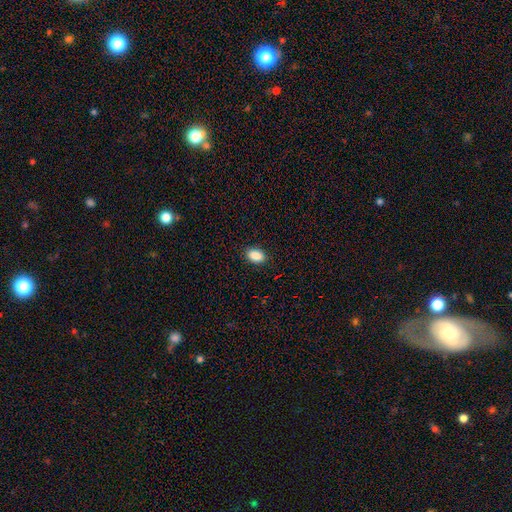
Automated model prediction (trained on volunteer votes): Smooth or featured? smooth (89%)
How rounded? in between (88%)
Merging? none (89%)